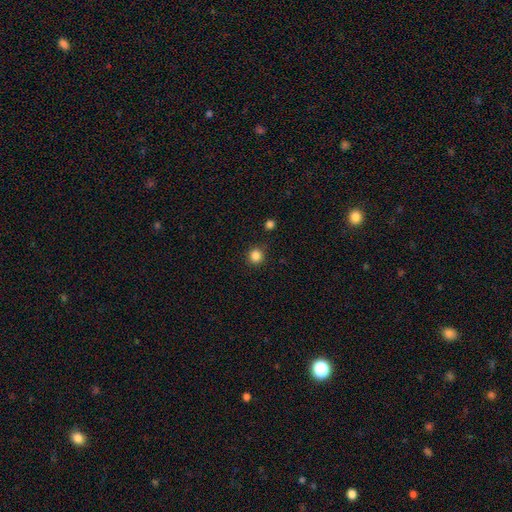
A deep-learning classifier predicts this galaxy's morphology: This is clearly a smooth galaxy (85%). How rounded: clearly round (94%). Merging: clearly none (88%).